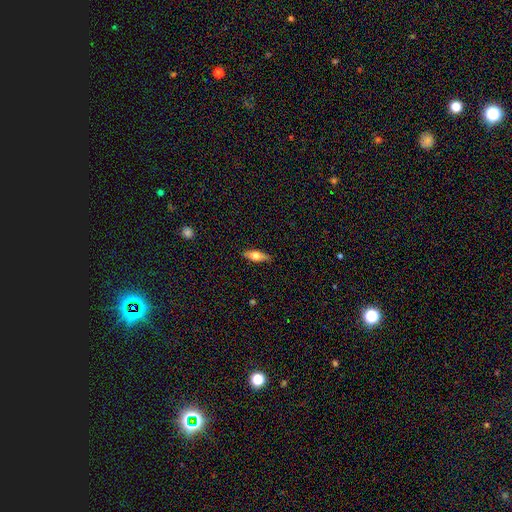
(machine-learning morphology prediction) Overall: smooth (55%; featured or disk 39%). How rounded: in between (59%; cigar-shaped 38%). Merging: none (87%).